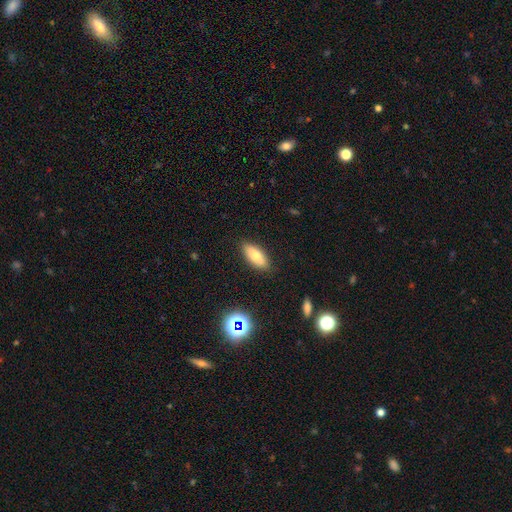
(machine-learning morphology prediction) Smooth or featured? smooth (74%)
How rounded? in between (80%)
Merging? none (88%)